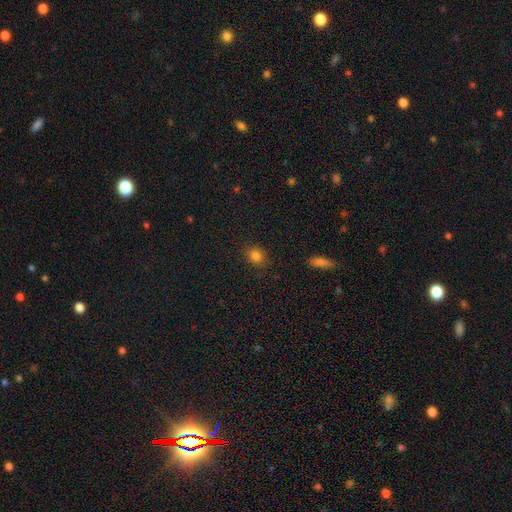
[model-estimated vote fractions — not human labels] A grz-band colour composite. It shows a smooth galaxy with no disk features (82%) that is round (67%). Merging: none (86%).